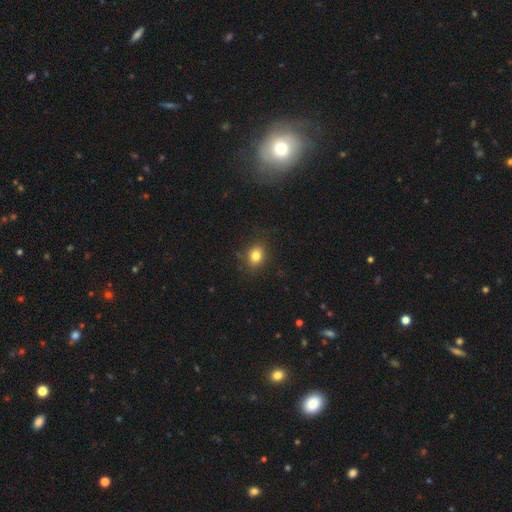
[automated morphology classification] Smooth or featured: smooth — 81% (star or artifact — 11%)
How rounded: round — 50% (in between — 49%)
Merging: none — 82% (minor disturbance — 12%)